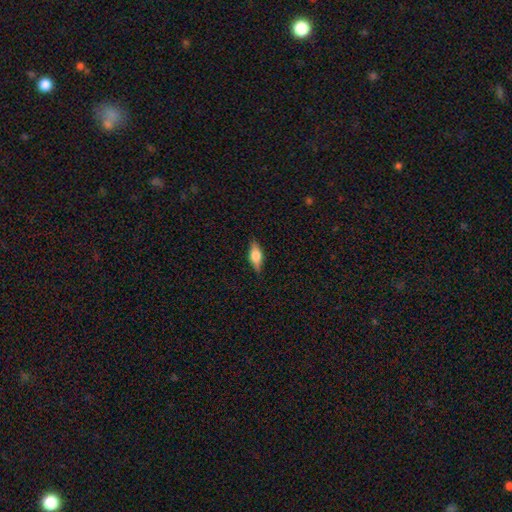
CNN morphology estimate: The model was most divided on "smooth or featured": smooth: 57%, featured or disk: 36%, star or artifact: 7%. More confident: merging — none (86%); how rounded — in between (69%).